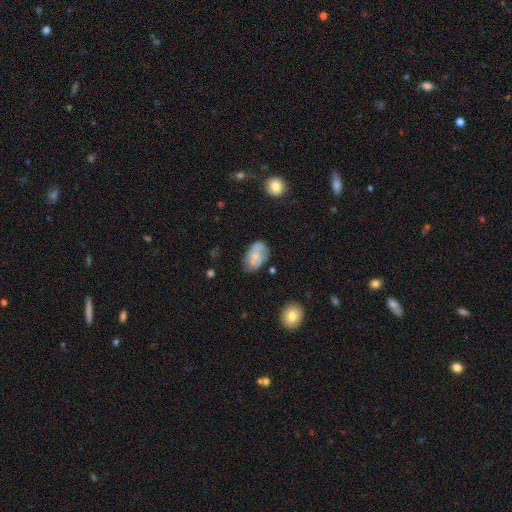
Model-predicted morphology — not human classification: smooth-or-featured: smooth: 58% | featured or disk: 34% | star or artifact: 8%
  how-rounded: in between: 88% | round: 10% | cigar-shaped: 1%
  merging: none: 55% | minor disturbance: 28% | major disturbance: 11% | merger: 7%